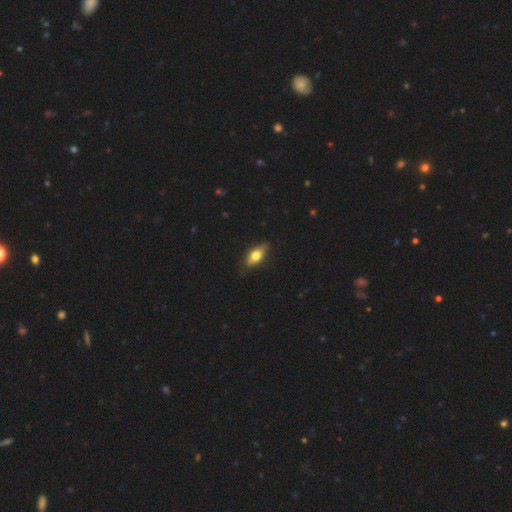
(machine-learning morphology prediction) smooth 66%, featured or disk 28%, star or artifact 7%. Down the decision tree: how rounded — in between (77%); merging — none (82%).